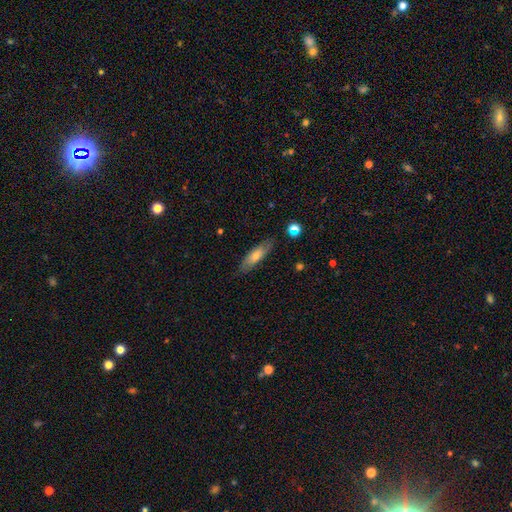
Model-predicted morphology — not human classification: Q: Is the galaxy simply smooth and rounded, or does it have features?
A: smooth — 63%.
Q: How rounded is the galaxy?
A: cigar-shaped — 58%.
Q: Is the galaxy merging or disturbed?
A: none — 83%.